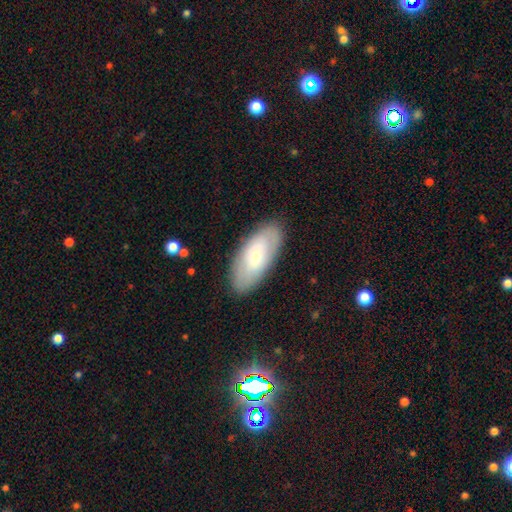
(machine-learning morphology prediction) Overall: smooth (51%; featured or disk 43%). How rounded: in between (89%). Merging: none (85%).